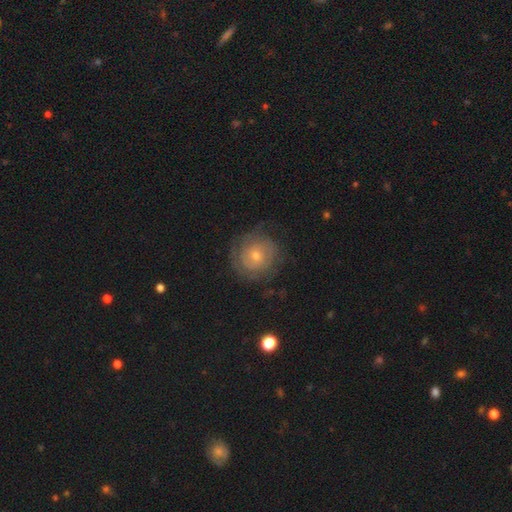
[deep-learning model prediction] Smooth or featured?
  - featured or disk: 70% *
  - smooth: 21%
  - star or artifact: 9%
Edge-on disk?
  - no: 97% *
  - yes: 3%
Bar?
  - no: 79% *
  - weak: 17%
  - strong: 4%
Spiral arms?
  - yes: 86% *
  - no: 14%
Spiral winding?
  - tight: 76% *
  - medium: 18%
  - loose: 6%
Spiral arm count?
  - can't tell: 42% *
  - 2: 31%
  - 3: 11%
  - 1: 6%
  - 4: 5%
  - more than 4: 4%
Bulge size?
  - small: 57% *
  - moderate: 38%
  - large: 2%
  - none: 1%
  - dominant: 1%
Merging?
  - none: 78% *
  - minor disturbance: 14%
  - major disturbance: 7%
  - merger: 1%